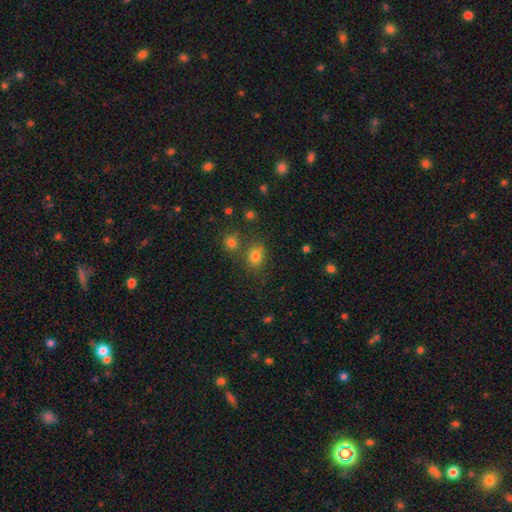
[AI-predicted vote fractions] Smooth or featured? smooth (77%)
How rounded? round (59%)
Merging? none (63%)